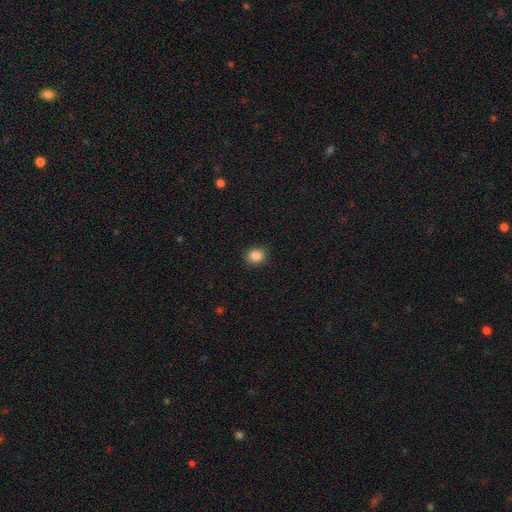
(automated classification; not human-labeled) Smooth or featured? Predicted: smooth (p=0.86). How rounded? Predicted: round (p=0.69). Merging? Predicted: none (p=0.88).